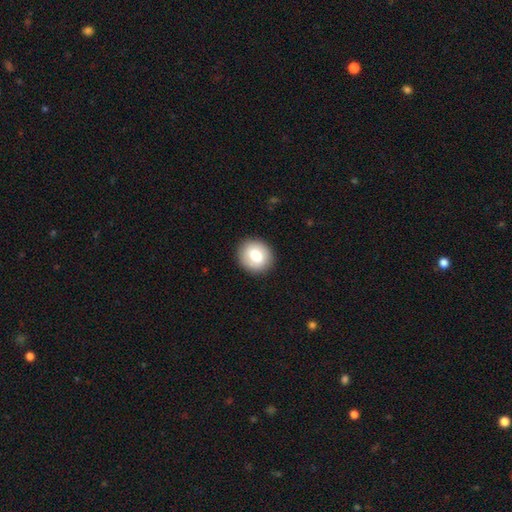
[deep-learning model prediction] A smooth galaxy with no disk features (78%) that is round (78%). Merging: none (90%).